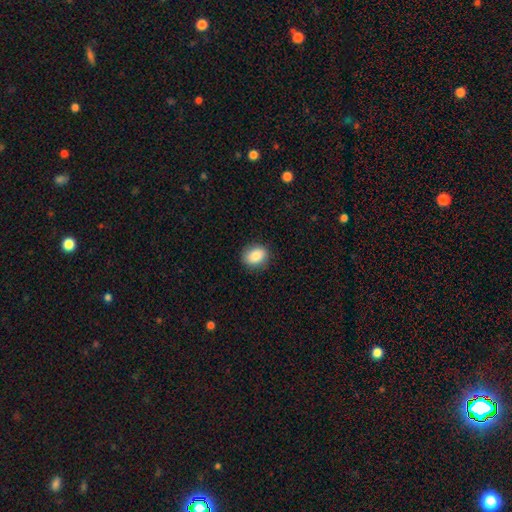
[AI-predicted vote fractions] This appears to be a smooth galaxy with no disk features (86%) that is round (50%). Merging: none (87%).